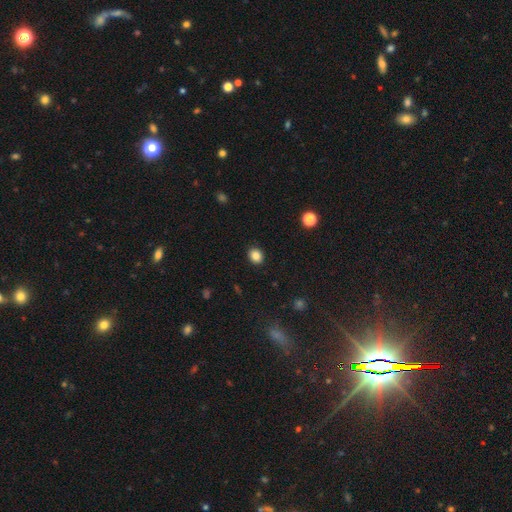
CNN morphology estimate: Smooth or featured?
  - smooth: 85% *
  - star or artifact: 11%
  - featured or disk: 4%
How rounded?
  - round: 68% *
  - in between: 32%
  - cigar-shaped: 1%
Merging?
  - none: 91% *
  - minor disturbance: 6%
  - major disturbance: 2%
  - merger: 1%